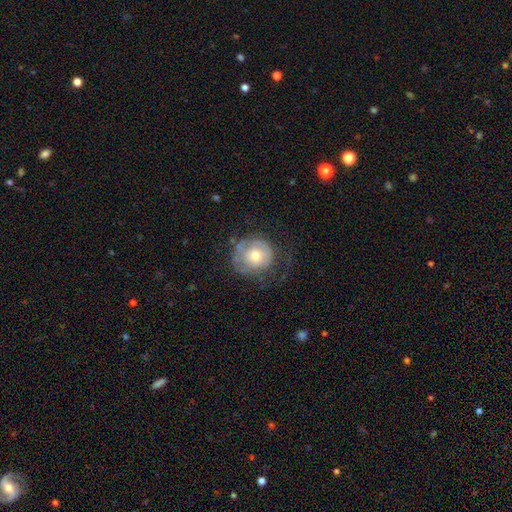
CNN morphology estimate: smooth 46% (tied), featured or disk 46% (tied), star or artifact 8%. Down the decision tree: merging — none (51%).